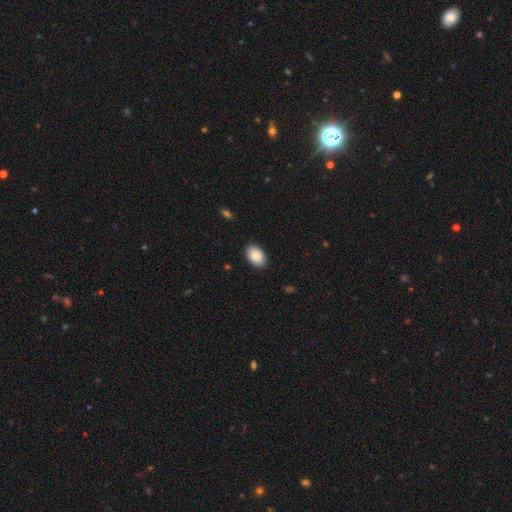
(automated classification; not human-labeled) The model was most divided on "merging": none: 88%, minor disturbance: 9%, major disturbance: 2%, merger: 1%. More confident: smooth or featured — smooth (90%); how rounded — in between (90%).